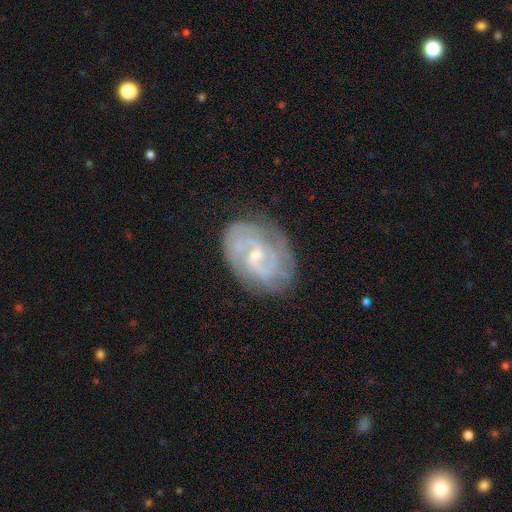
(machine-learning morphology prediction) This appears to be a featured or disk galaxy (85%) with no bar (51%), 2 (53%) tight (54%) spiral arms (94%) and a small central bulge (68%). Merging: none (76%).